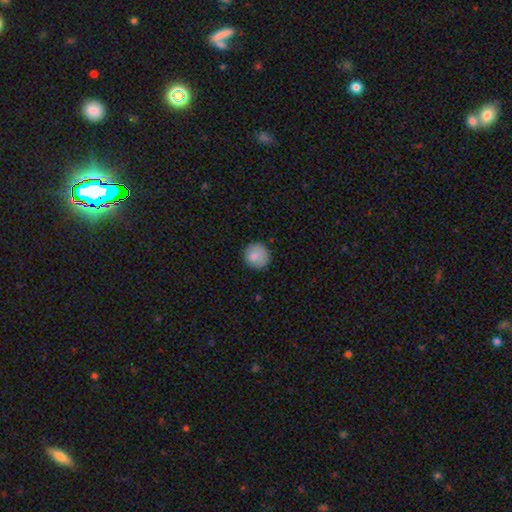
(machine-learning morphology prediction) This appears to be a smooth galaxy with no disk features (84%) that is round (91%). Merging: none (82%).